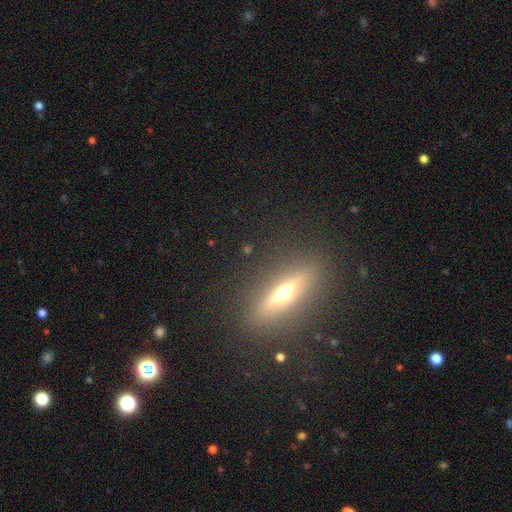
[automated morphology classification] Smooth or featured: featured or disk — 59% (smooth — 28%)
Edge-on disk: yes — 85% (no — 15%)
Edge-on bulge: rounded — 92% (none — 5%)
Merging: none — 87% (minor disturbance — 8%)